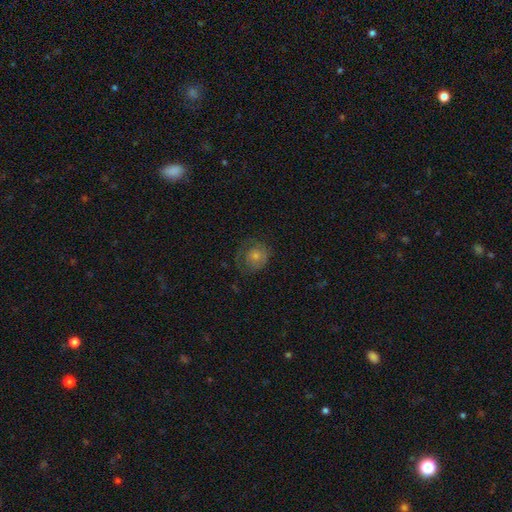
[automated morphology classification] type=smooth (45%); merging=none (67%).